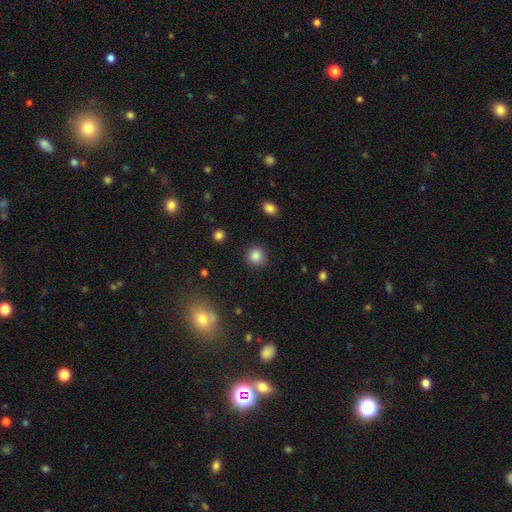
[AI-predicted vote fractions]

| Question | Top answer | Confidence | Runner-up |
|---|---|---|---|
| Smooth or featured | smooth | 85% | star or artifact (10%) |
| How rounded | round | 91% | in between (8%) |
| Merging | none | 90% | minor disturbance (7%) |